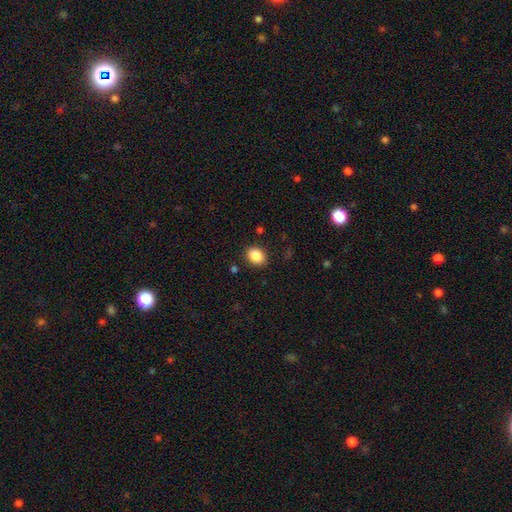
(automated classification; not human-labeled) Q: Smooth or featured?
A: smooth (87%); runner-up: star or artifact (9%)
Q: How rounded?
A: in between (61%); runner-up: round (38%)
Q: Merging?
A: none (87%); runner-up: minor disturbance (9%)